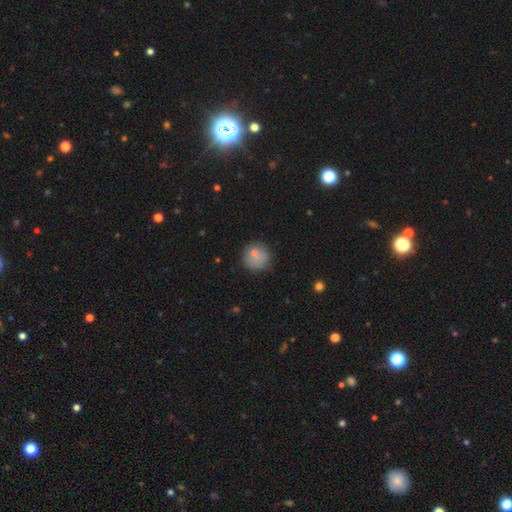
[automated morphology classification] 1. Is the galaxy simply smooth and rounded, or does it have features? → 76% smooth, 13% featured or disk, 11% star or artifact.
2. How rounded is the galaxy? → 93% round, 6% in between, 1% cigar-shaped.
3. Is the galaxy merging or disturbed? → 77% none, 14% minor disturbance, 5% merger, 4% major disturbance.